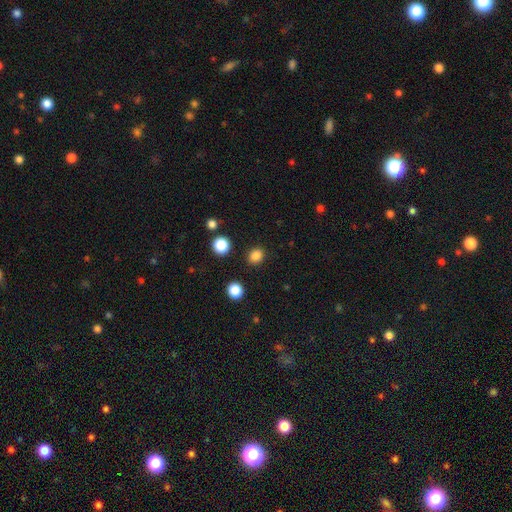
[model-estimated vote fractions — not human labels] Q: Smooth or featured?
A: smooth (84%); runner-up: star or artifact (13%)
Q: How rounded?
A: round (66%); runner-up: in between (33%)
Q: Merging?
A: none (88%); runner-up: minor disturbance (7%)